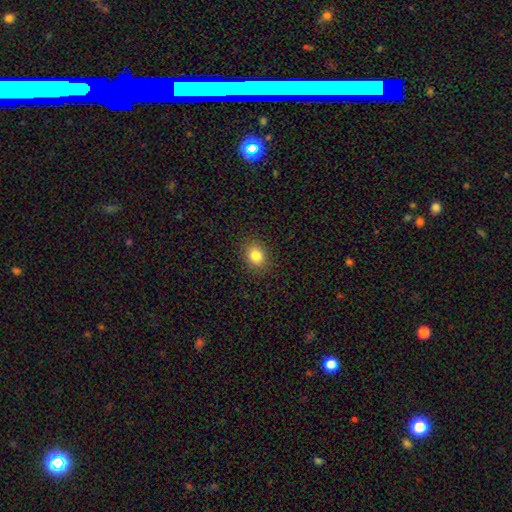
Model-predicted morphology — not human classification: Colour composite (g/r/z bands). It shows a smooth galaxy with no disk features (83%) that is round (51%). Merging: none (89%).